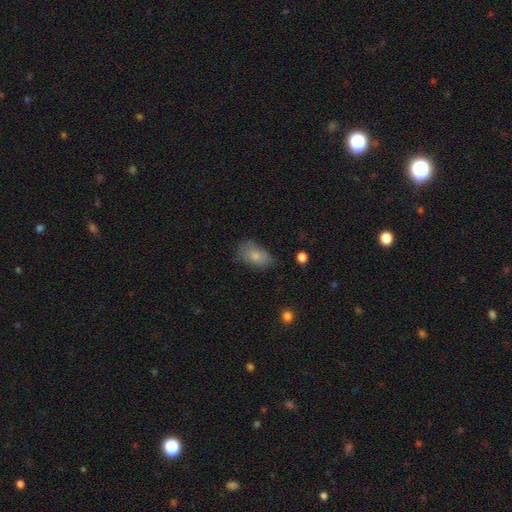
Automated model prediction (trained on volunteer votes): This is likely a smooth galaxy (79%). How rounded: clearly in between (90%). Merging: likely none (60%).